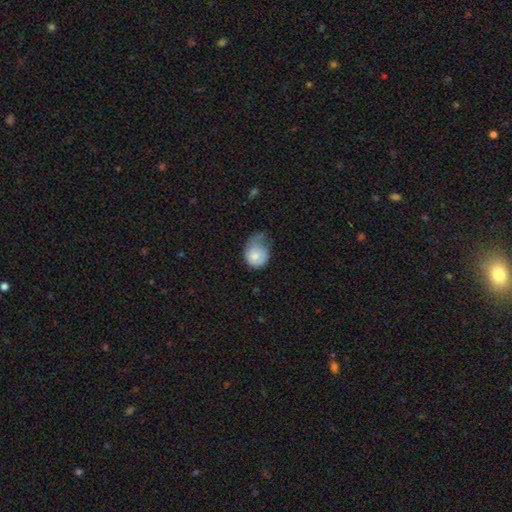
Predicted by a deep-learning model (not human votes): This appears to be a smooth galaxy with no disk features (73%) that is round (60%). Merging: major disturbance (45%).